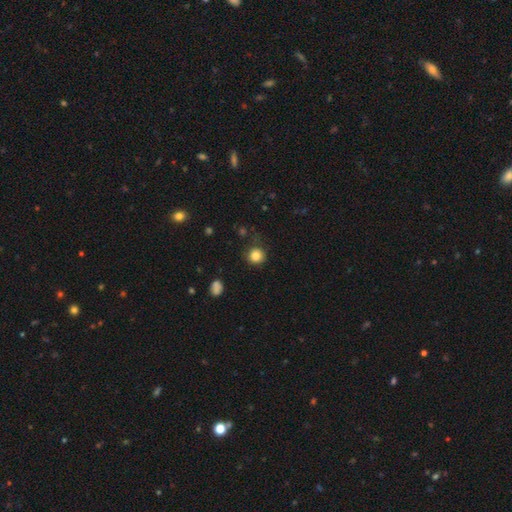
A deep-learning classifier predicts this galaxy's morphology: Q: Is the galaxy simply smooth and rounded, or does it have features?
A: smooth — 82%.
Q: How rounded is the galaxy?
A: round — 92%.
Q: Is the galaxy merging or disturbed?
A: none — 79%.